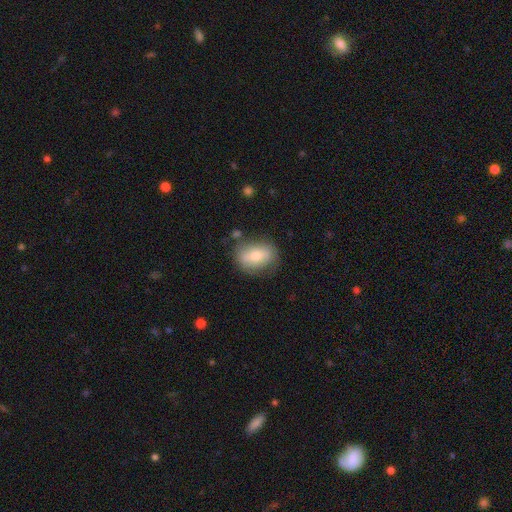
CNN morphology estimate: Smooth or featured?
  - smooth: 69% *
  - featured or disk: 24%
  - star or artifact: 8%
How rounded?
  - in between: 72% *
  - round: 27%
  - cigar-shaped: 2%
Merging?
  - none: 72% *
  - minor disturbance: 19%
  - major disturbance: 6%
  - merger: 3%